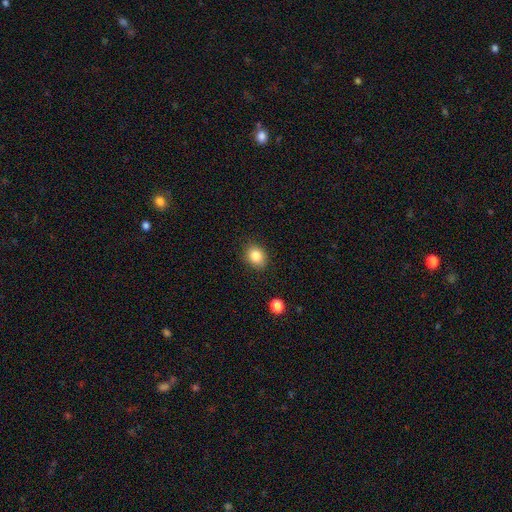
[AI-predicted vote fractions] This is clearly a smooth galaxy (84%). How rounded: possibly round (52%). Merging: clearly none (87%).